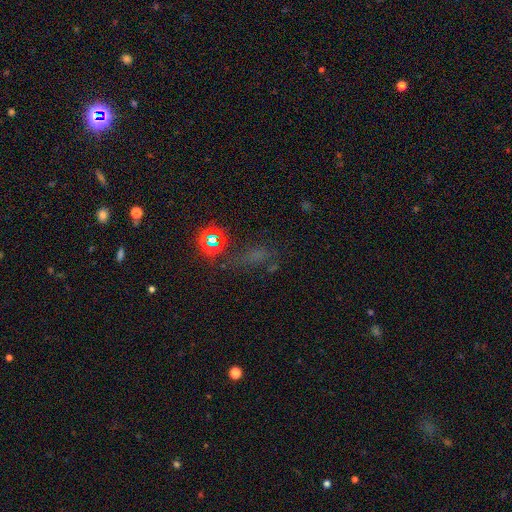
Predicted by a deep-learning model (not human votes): The model was most divided on "smooth or featured": star or artifact: 49%, smooth: 35%, featured or disk: 16%.